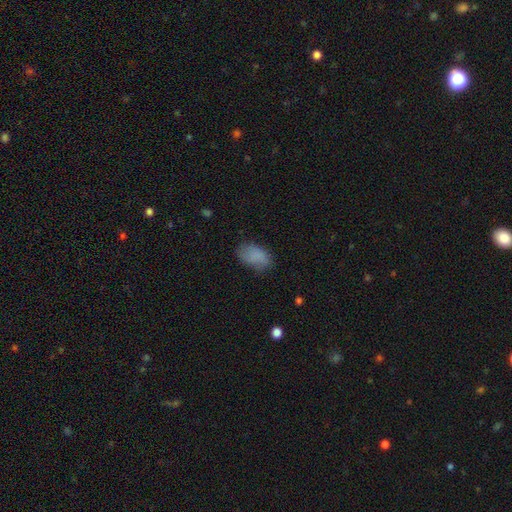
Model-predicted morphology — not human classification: smooth-or-featured: smooth: 82% | featured or disk: 9% | star or artifact: 9%
  how-rounded: in between: 92% | round: 6% | cigar-shaped: 2%
  merging: none: 69% | minor disturbance: 23% | major disturbance: 7% | merger: 2%